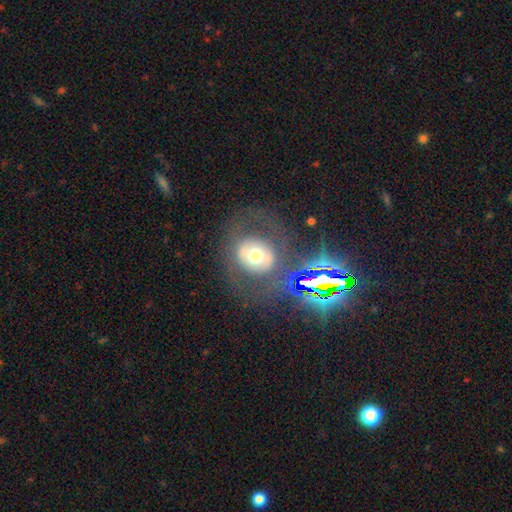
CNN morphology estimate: A smooth galaxy with no disk features (44%).

Vote fractions:
- Smooth or featured? smooth: 44% / featured or disk: 39% / star or artifact: 17%
- Merging? none: 73% / major disturbance: 12% / minor disturbance: 11% / merger: 3%